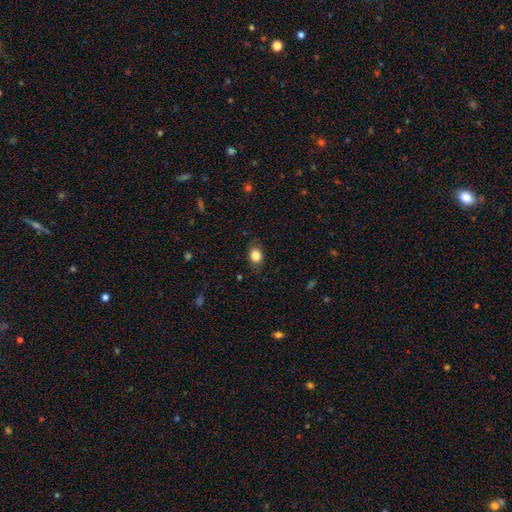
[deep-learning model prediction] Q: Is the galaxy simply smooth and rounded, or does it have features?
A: smooth — 84%.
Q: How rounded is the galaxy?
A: in between — 62%.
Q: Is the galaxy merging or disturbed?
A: none — 78%.